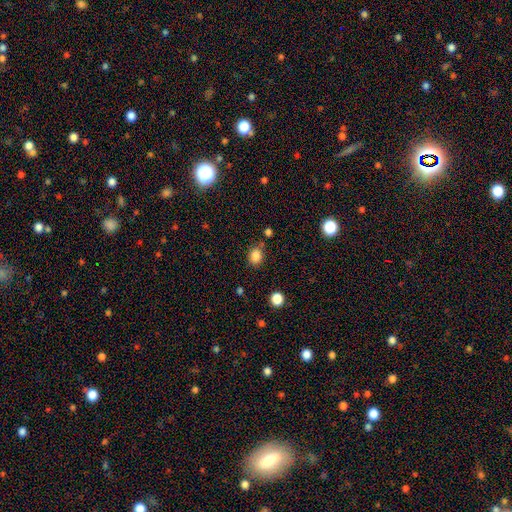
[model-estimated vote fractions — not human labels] The model was most divided on "how rounded": round: 60%, in between: 39%, cigar-shaped: 1%. More confident: smooth or featured — smooth (84%); merging — none (75%).